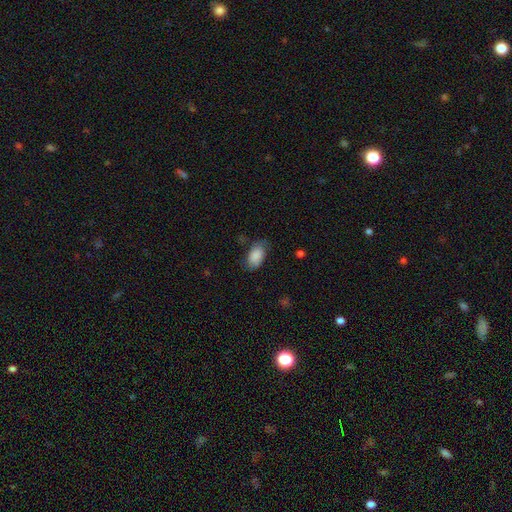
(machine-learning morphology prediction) Smooth or featured? smooth (84%)
How rounded? in between (92%)
Merging? none (61%)